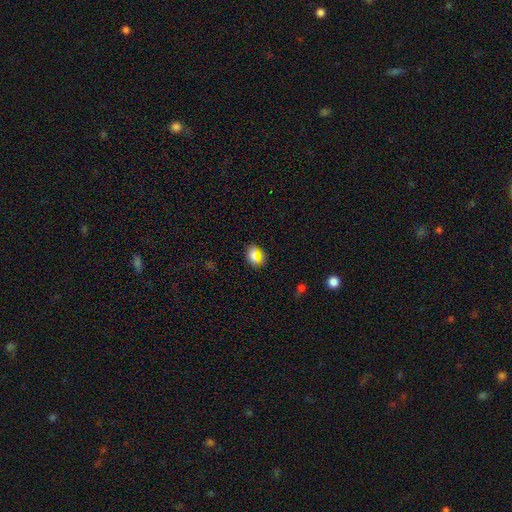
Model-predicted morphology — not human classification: The model was most divided on "how rounded": in between: 57%, round: 38%, cigar-shaped: 5%. More confident: merging — none (82%); smooth or featured — smooth (68%).